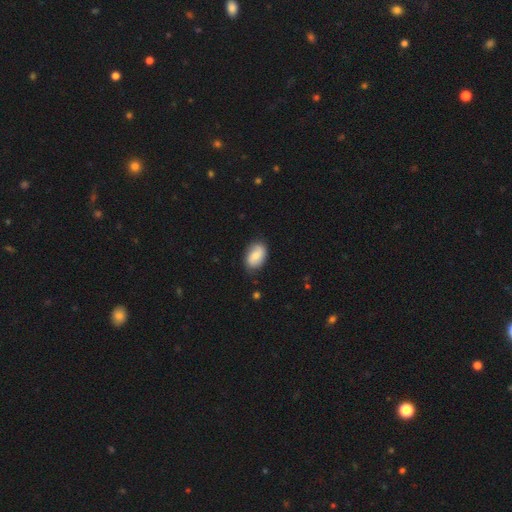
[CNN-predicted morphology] Smooth or featured?
  - smooth: 70% *
  - featured or disk: 23%
  - star or artifact: 7%
How rounded?
  - in between: 88% *
  - round: 10%
  - cigar-shaped: 1%
Merging?
  - none: 79% *
  - minor disturbance: 16%
  - major disturbance: 3%
  - merger: 1%